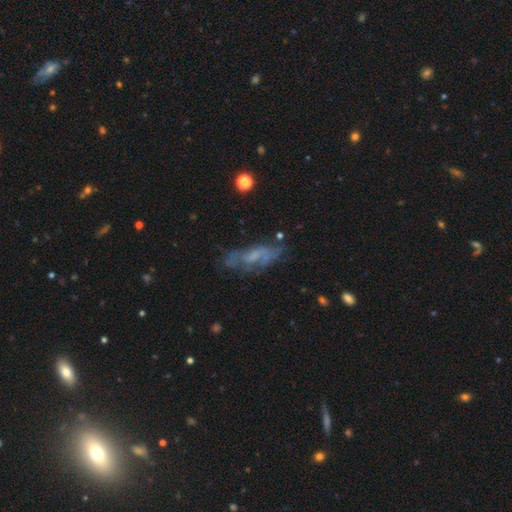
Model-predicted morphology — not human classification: This appears to be a featured or disk galaxy (56%). Merging: none (61%).